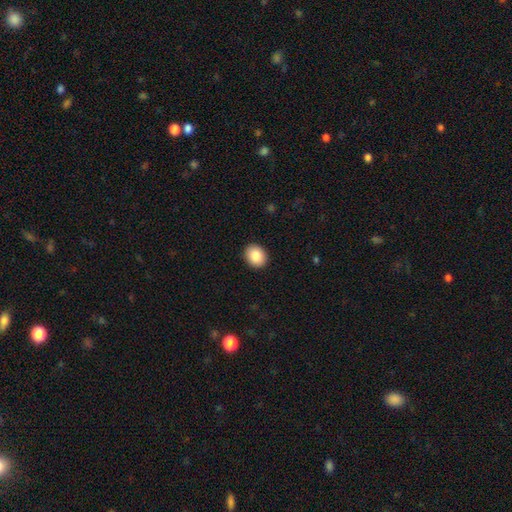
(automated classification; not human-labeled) The model was most divided on "how rounded": round: 61%, in between: 38%, cigar-shaped: 1%. More confident: merging — none (92%); smooth or featured — smooth (86%).